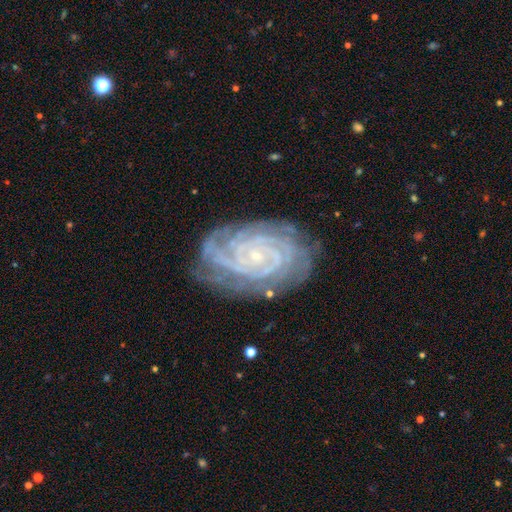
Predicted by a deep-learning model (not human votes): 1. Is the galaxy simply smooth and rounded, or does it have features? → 90% featured or disk, 6% star or artifact, 4% smooth.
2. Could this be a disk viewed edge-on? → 97% no, 3% yes.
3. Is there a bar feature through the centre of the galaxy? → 73% no, 19% weak, 9% strong.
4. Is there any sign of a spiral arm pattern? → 98% yes, 2% no.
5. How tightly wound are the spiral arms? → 86% tight, 12% medium, 2% loose.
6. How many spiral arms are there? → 22% 4, 19% 3, 18% 2, 18% can't tell, 15% more than 4, 8% 1.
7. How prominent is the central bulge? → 88% small, 8% moderate, 2% none, 1% large, 1% dominant.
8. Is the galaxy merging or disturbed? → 78% none, 16% minor disturbance, 5% major disturbance, 1% merger.